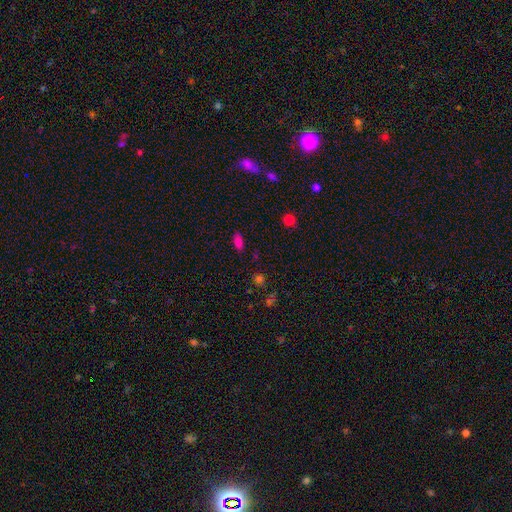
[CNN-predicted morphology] Overall: smooth (73%). How rounded: in between (60%; round 33%). Merging: none (84%).